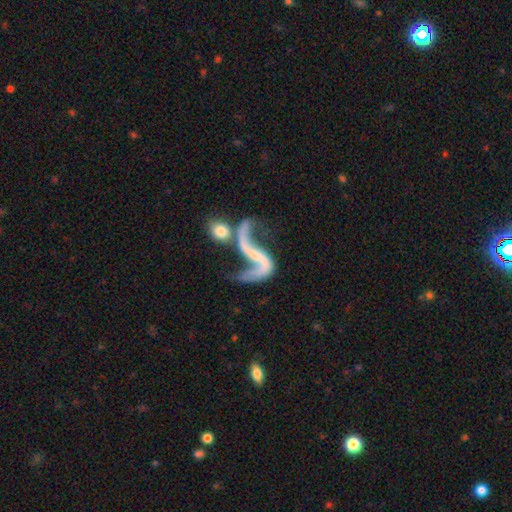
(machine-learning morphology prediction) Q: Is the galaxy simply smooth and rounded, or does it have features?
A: featured or disk — 85%.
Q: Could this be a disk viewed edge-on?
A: no — 95%.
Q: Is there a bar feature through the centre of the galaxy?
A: no — 41%.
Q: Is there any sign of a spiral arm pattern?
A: yes — 89%.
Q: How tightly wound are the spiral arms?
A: loose — 91%.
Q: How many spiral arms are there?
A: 2 — 87%.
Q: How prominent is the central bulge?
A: small — 44%.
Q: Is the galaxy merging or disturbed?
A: none — 37%.